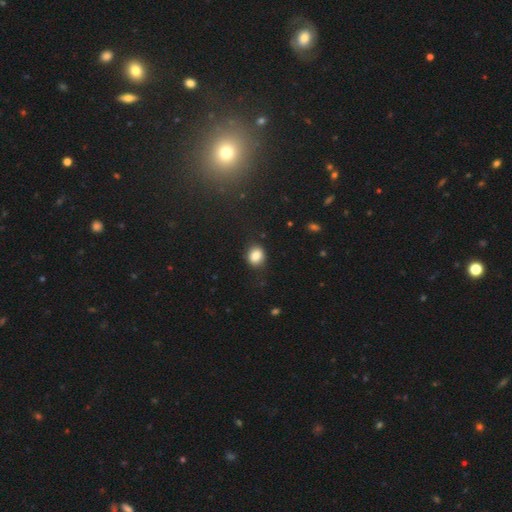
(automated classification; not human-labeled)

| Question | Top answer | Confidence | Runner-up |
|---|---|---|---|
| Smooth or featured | smooth | 84% | star or artifact (10%) |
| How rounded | round | 61% | in between (37%) |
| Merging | none | 84% | minor disturbance (12%) |